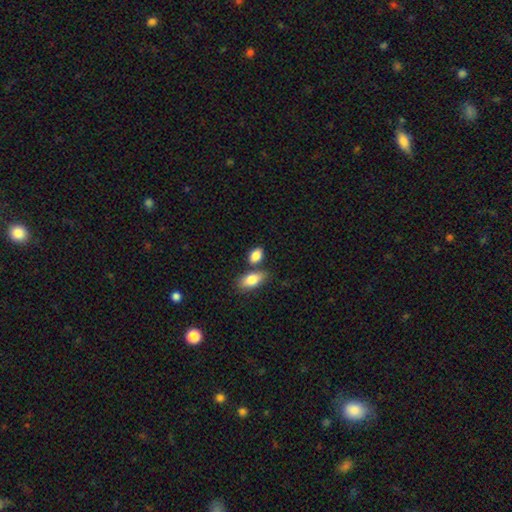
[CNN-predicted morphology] The model was most divided on "merging": none: 59%, merger: 24%, minor disturbance: 14%, major disturbance: 4%. More confident: smooth or featured — smooth (86%); how rounded — in between (83%).